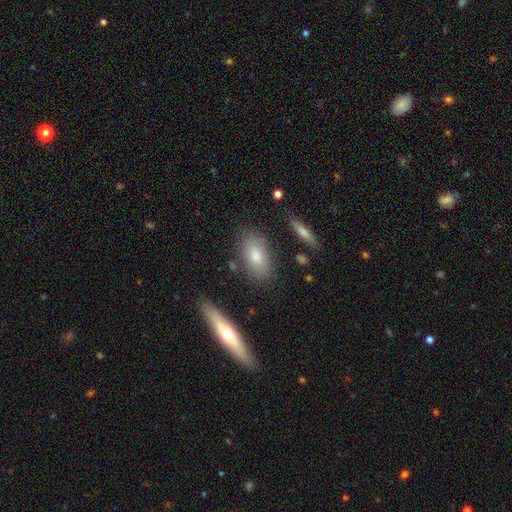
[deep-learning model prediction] This is likely a smooth galaxy (72%). How rounded: clearly in between (85%). Merging: clearly none (81%).